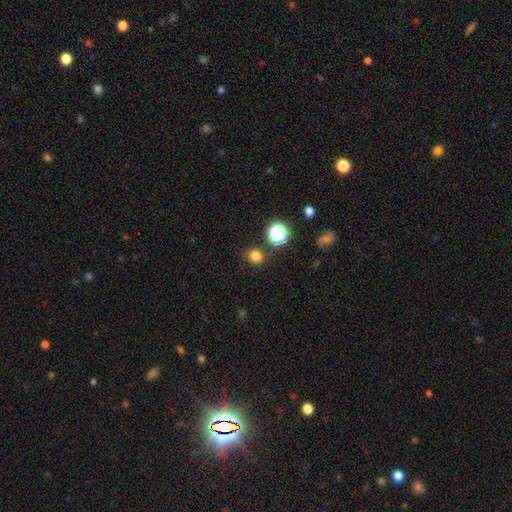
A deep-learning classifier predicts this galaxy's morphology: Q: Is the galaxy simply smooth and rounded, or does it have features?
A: smooth — 78%.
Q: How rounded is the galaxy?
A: round — 81%.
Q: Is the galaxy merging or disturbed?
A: none — 86%.